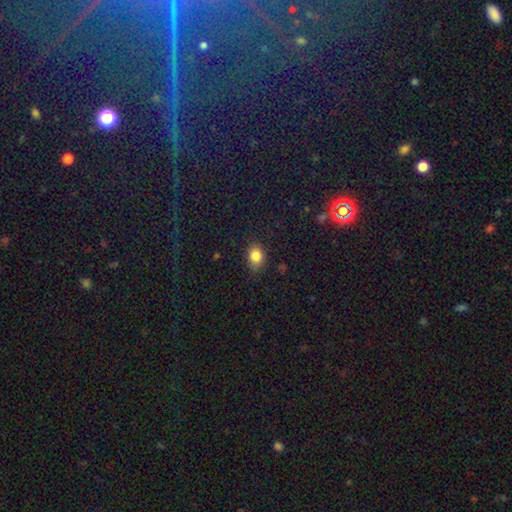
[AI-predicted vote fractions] The model was most divided on "how rounded": in between: 61%, round: 37%, cigar-shaped: 1%. More confident: smooth or featured — smooth (83%); merging — none (78%).